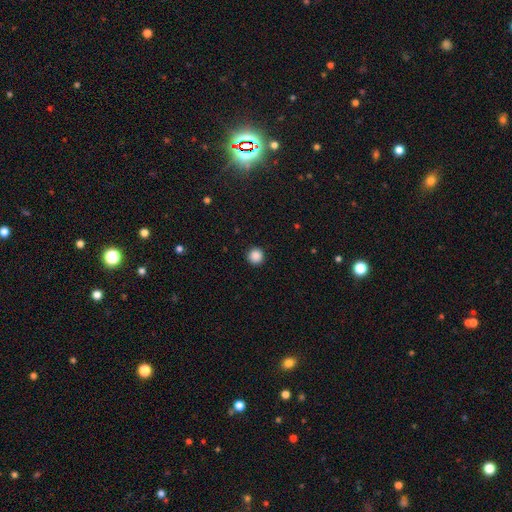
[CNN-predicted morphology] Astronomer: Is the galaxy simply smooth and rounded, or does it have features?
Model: smooth — 88%.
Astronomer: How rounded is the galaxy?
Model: round — 96%.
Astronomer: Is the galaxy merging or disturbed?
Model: none — 93%.